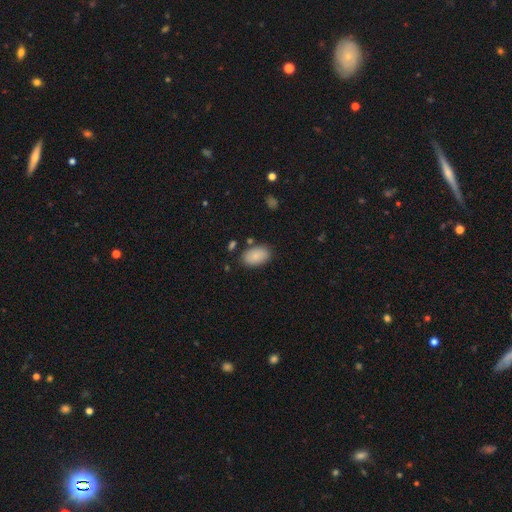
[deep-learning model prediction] Q: Smooth or featured?
A: smooth (86%); runner-up: featured or disk (7%)
Q: How rounded?
A: in between (93%); runner-up: round (5%)
Q: Merging?
A: none (83%); runner-up: minor disturbance (11%)